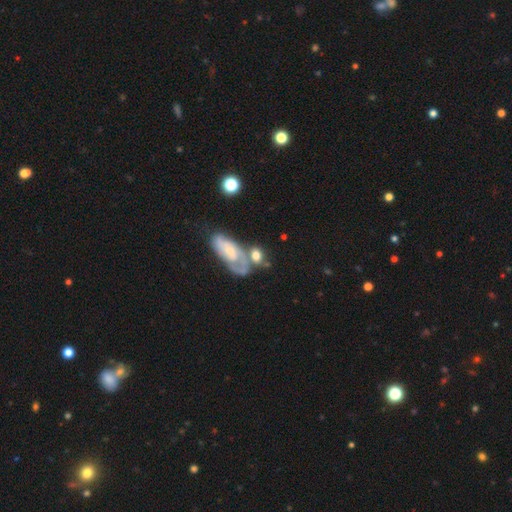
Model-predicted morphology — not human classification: Smooth or featured: smooth — 52% (featured or disk — 39%)
How rounded: in between — 56% (round — 39%)
Merging: merger — 40% (none — 35%)